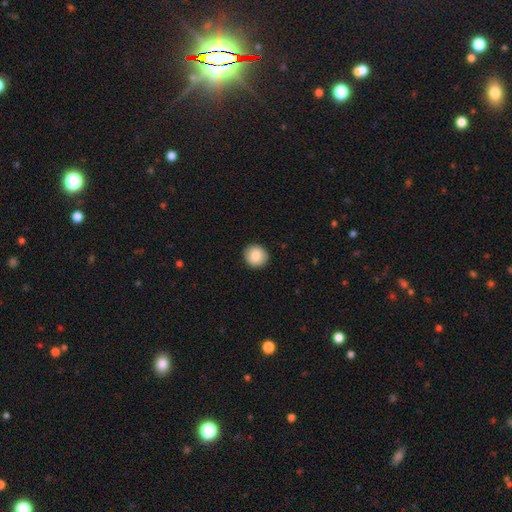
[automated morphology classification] Smooth or featured: smooth — 85% (star or artifact — 8%)
How rounded: round — 90% (in between — 9%)
Merging: none — 92% (minor disturbance — 6%)